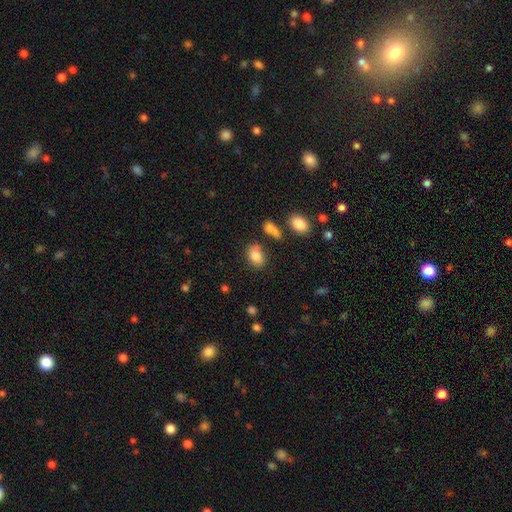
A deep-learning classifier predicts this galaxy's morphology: Smooth or featured: smooth — 82% (star or artifact — 9%)
How rounded: in between — 82% (round — 17%)
Merging: none — 68% (minor disturbance — 18%)